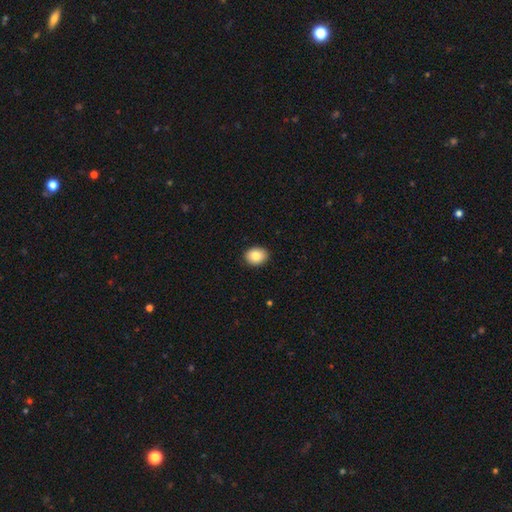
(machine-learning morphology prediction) smooth 85%, star or artifact 8%, featured or disk 7%. Down the decision tree: how rounded — in between (50%); merging — none (90%).